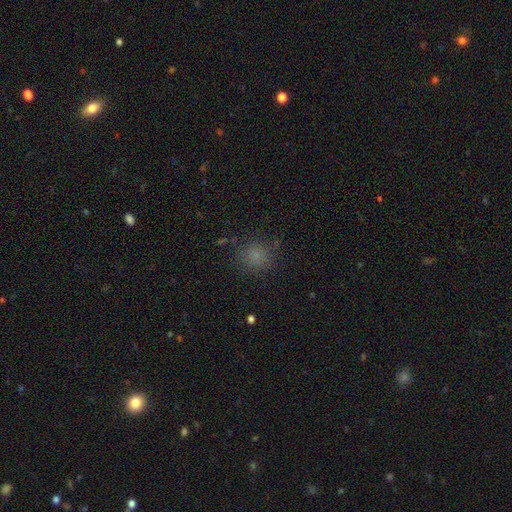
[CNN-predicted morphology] Smooth or featured: smooth — 76% (star or artifact — 18%)
How rounded: round — 82% (in between — 17%)
Merging: none — 80% (minor disturbance — 13%)